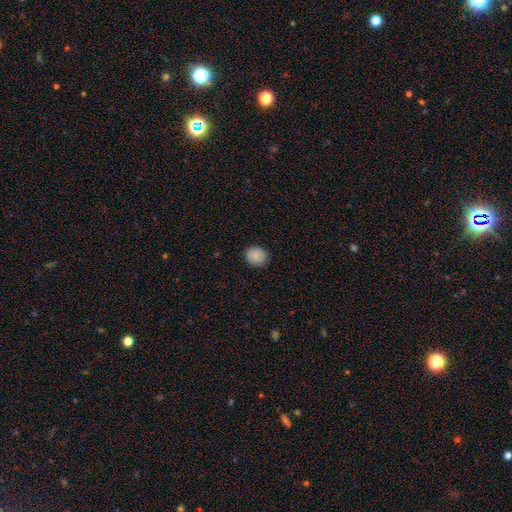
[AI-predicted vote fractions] smooth 86%, featured or disk 7%, star or artifact 7%. Down the decision tree: how rounded — round (79%); merging — none (88%).